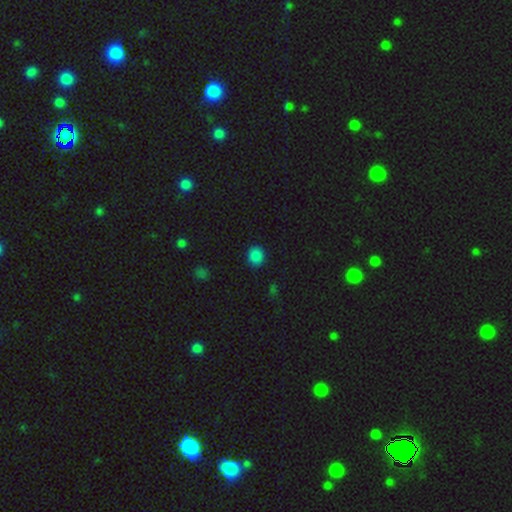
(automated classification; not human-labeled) Morphology: type=smooth (85%); roundness=round (77%); merging=none (90%).